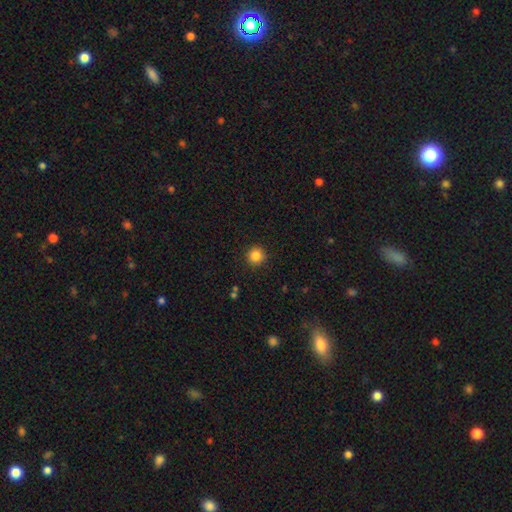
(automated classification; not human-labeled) A smooth galaxy with no disk features (85%) that is round (95%).

Vote fractions:
- Smooth or featured? smooth: 85% / star or artifact: 11% / featured or disk: 4%
- How rounded? round: 95% / in between: 4% / cigar-shaped: 1%
- Merging? none: 91% / minor disturbance: 5% / major disturbance: 2% / merger: 1%